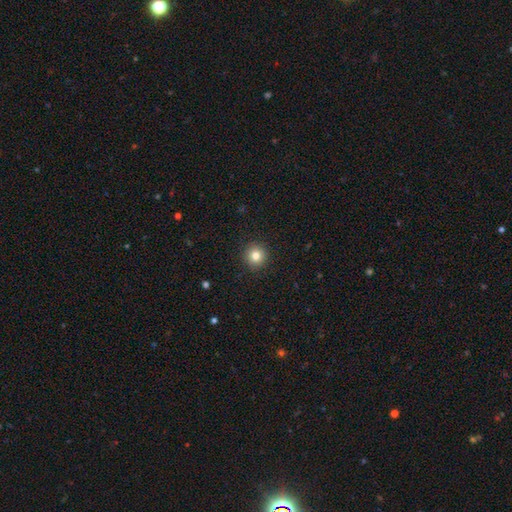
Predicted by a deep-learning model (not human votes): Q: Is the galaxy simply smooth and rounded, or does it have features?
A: smooth — 81%.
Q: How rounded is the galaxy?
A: round — 95%.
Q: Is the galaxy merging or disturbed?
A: none — 93%.